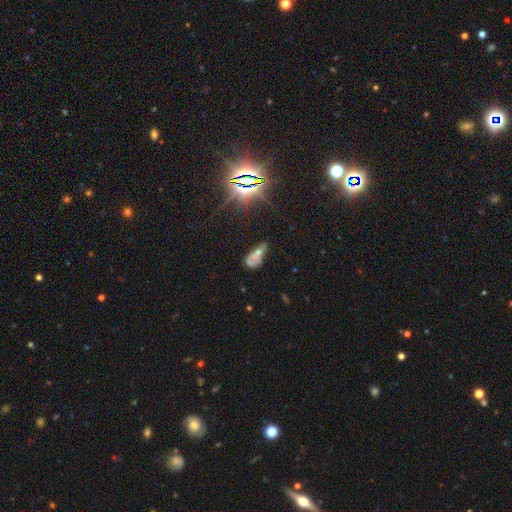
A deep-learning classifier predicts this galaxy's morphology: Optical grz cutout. It shows a smooth galaxy with no disk features (41%). Merging: merger (38%).